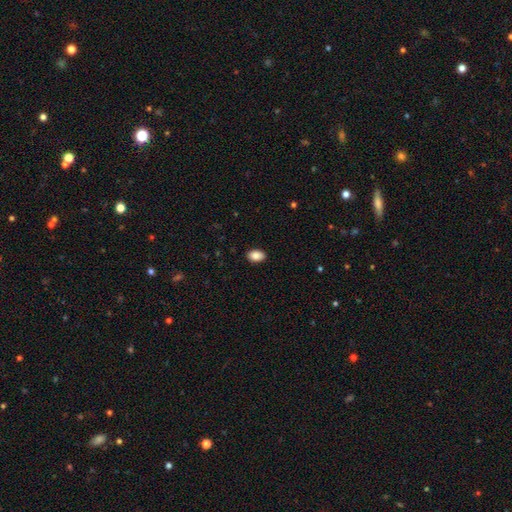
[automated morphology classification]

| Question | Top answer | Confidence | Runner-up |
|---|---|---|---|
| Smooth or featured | smooth | 85% | star or artifact (8%) |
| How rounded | in between | 87% | round (12%) |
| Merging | none | 90% | minor disturbance (8%) |